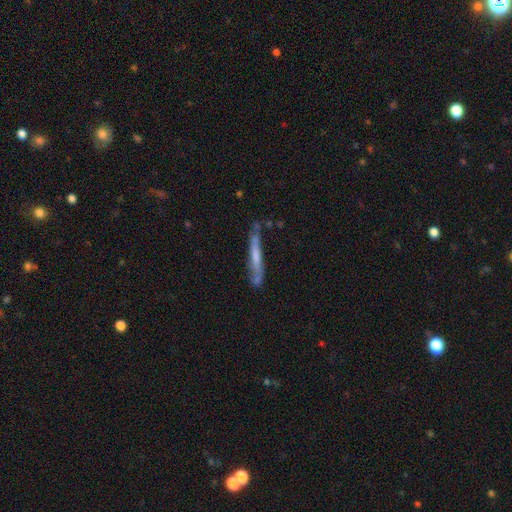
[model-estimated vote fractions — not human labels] smooth_or_featured: featured or disk (p=0.51) [alt: smooth p=0.42]
disk_edge_on: yes (p=0.80) [alt: no p=0.20]
merging: none (p=0.63) [alt: minor disturbance p=0.24]